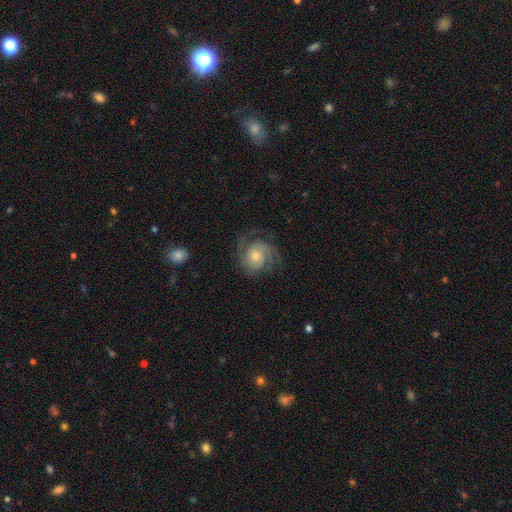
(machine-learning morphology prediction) type=featured or disk (87%); edge-on=no (98%); bar=no (73%); spiral arms=yes (98%); winding=tight (53%); arm count=2 (55%); bulge=moderate (54%); merging=none (76%).